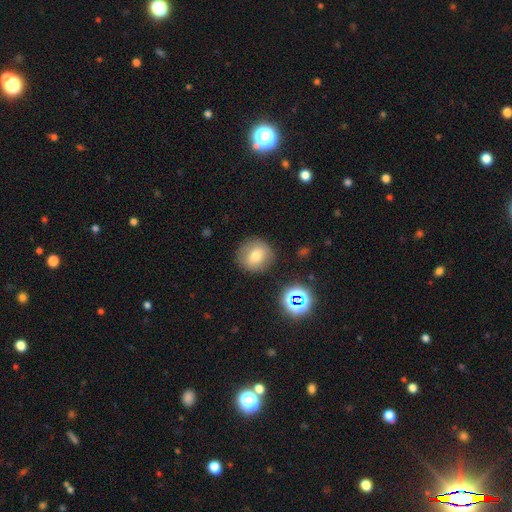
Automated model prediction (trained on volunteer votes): A smooth galaxy with no disk features (73%) that is round (90%). Merging: none (84%).